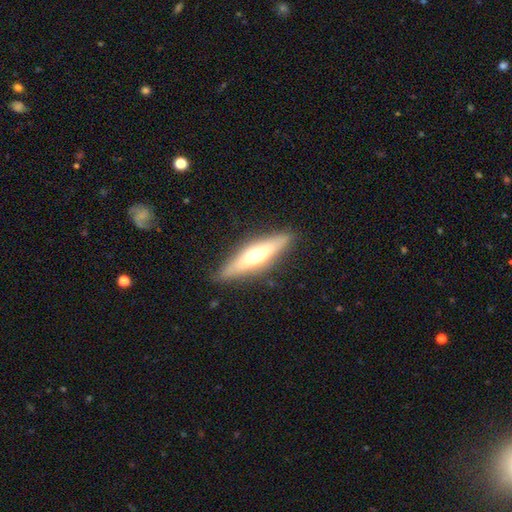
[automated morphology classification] The model was most divided on "smooth or featured": featured or disk: 54%, smooth: 40%, star or artifact: 6%. More confident: edge-on disk — yes (86%); merging — none (86%).